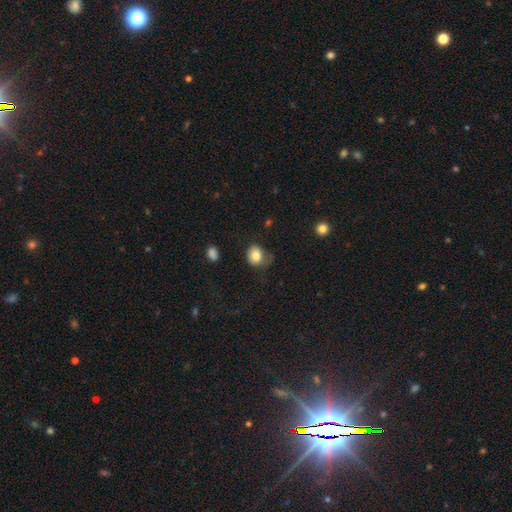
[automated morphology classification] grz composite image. It shows a smooth galaxy with no disk features (81%) that is round (66%). Merging: none (54%).